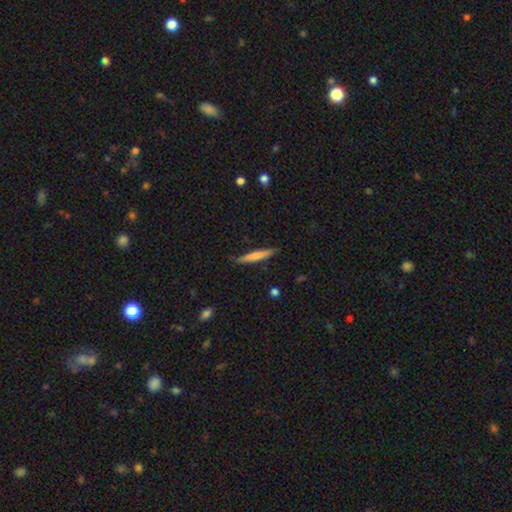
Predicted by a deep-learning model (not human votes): This is likely a smooth galaxy (66%). How rounded: clearly cigar-shaped (93%). Merging: clearly none (85%).